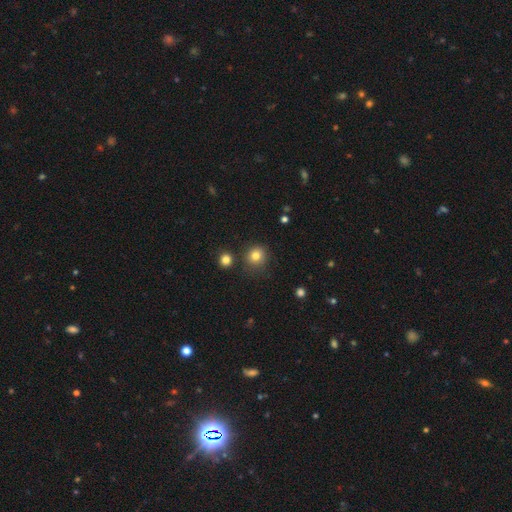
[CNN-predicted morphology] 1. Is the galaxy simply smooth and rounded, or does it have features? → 81% smooth, 13% star or artifact, 6% featured or disk.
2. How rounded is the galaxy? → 89% round, 10% in between, 1% cigar-shaped.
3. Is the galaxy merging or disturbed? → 82% none, 10% minor disturbance, 4% merger, 3% major disturbance.